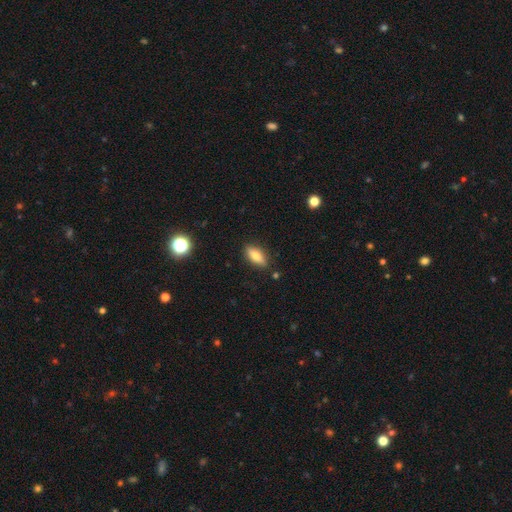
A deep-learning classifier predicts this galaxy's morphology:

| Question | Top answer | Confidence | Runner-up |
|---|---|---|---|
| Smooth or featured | smooth | 71% | featured or disk (21%) |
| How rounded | in between | 73% | cigar-shaped (23%) |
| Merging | none | 84% | minor disturbance (11%) |